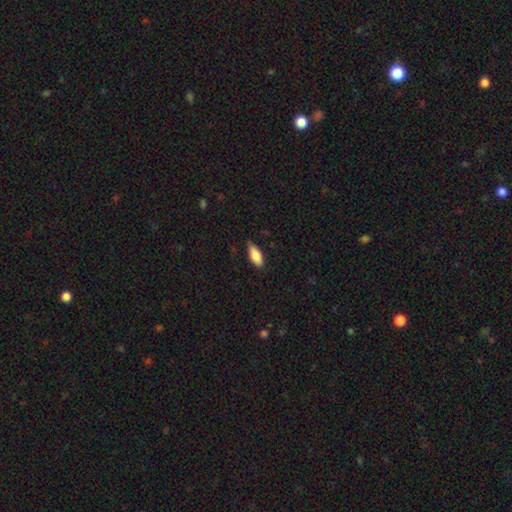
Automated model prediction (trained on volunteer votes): smooth_or_featured: smooth (p=0.80) [alt: featured or disk p=0.14]
how_rounded: in between (p=0.79) [alt: cigar-shaped p=0.19]
merging: none (p=0.78) [alt: minor disturbance p=0.18]